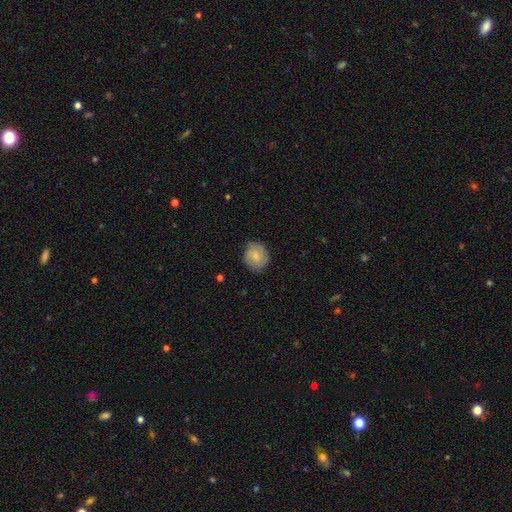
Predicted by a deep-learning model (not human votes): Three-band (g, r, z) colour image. It shows a smooth galaxy with no disk features (66%) that is round (74%). Merging: none (80%).